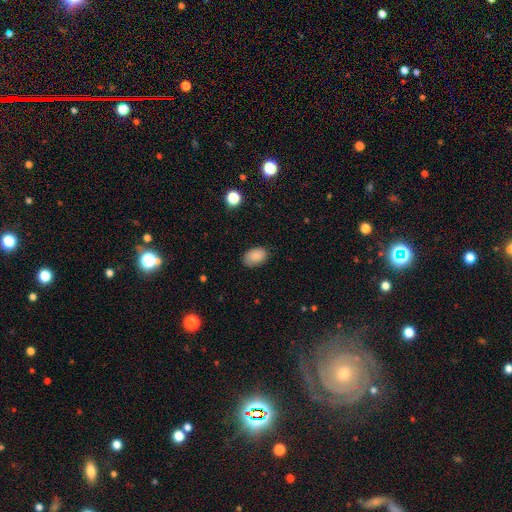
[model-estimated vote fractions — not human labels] smooth-or-featured: smooth: 88% | star or artifact: 8% | featured or disk: 4%
  how-rounded: in between: 87% | round: 12% | cigar-shaped: 1%
  merging: none: 81% | minor disturbance: 15% | major disturbance: 3% | merger: 1%